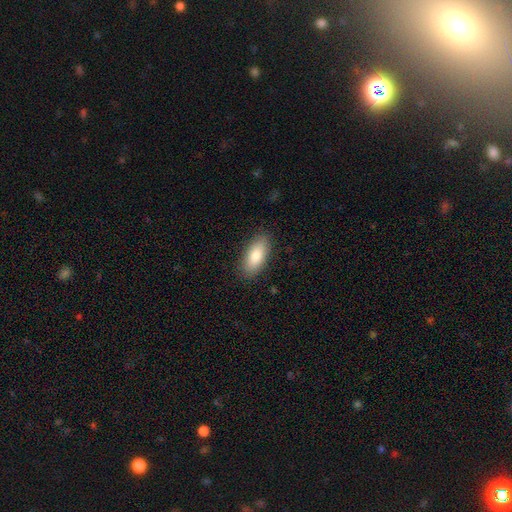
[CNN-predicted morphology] Overall: smooth (83%). How rounded: in between (86%). Merging: none (87%).